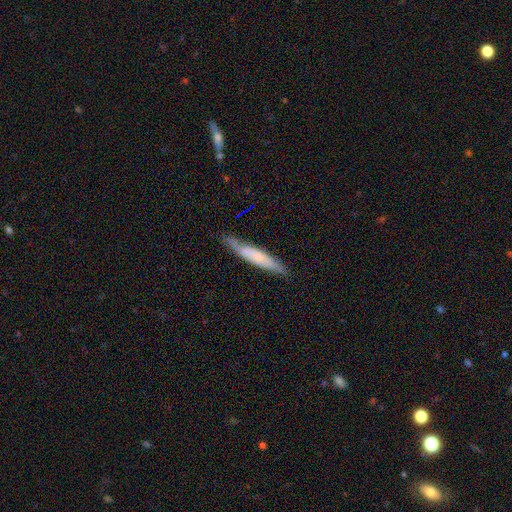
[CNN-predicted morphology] Q: Smooth or featured?
A: smooth (48%); runner-up: featured or disk (46%)
Q: Merging?
A: none (73%); runner-up: minor disturbance (21%)